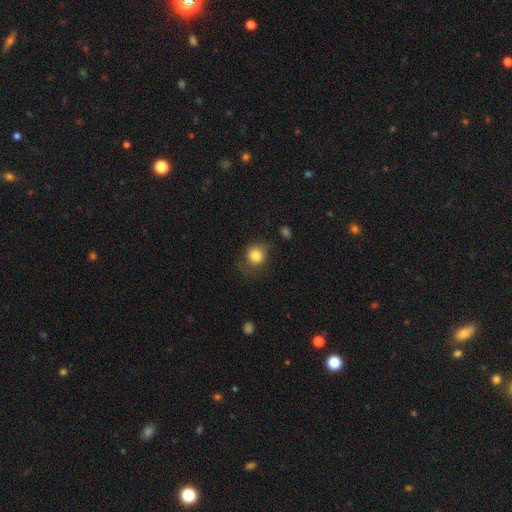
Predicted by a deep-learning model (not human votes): smooth 82%, star or artifact 10%, featured or disk 9%. Down the decision tree: how rounded — round (81%); merging — none (65%).